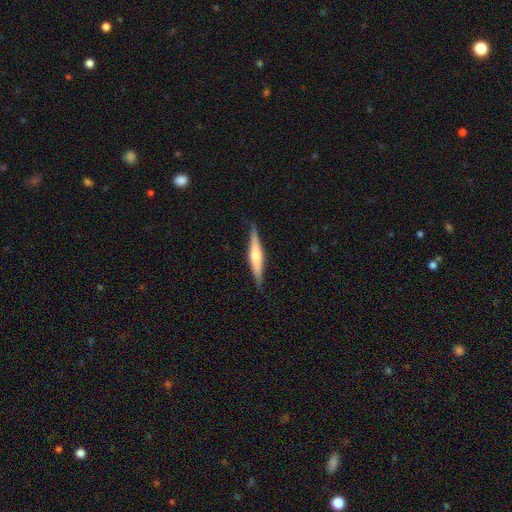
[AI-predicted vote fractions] Smooth or featured?
  - featured or disk: 60% *
  - smooth: 35%
  - star or artifact: 5%
Edge-on disk?
  - yes: 97% *
  - no: 3%
Edge-on bulge?
  - rounded: 76% *
  - boxy: 13%
  - none: 10%
Merging?
  - none: 88% *
  - minor disturbance: 9%
  - major disturbance: 2%
  - merger: 1%